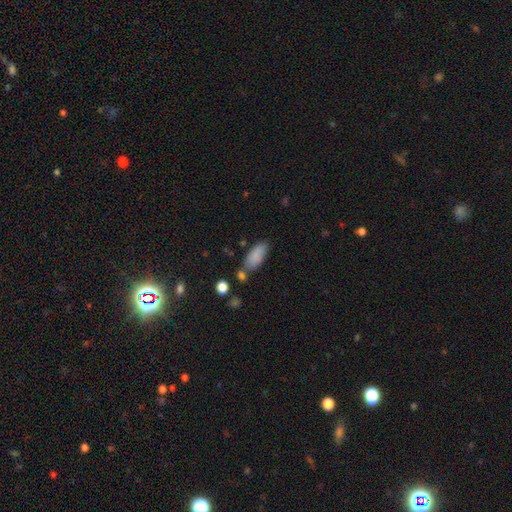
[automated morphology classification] type=smooth (85%); roundness=in between (84%); merging=none (63%).